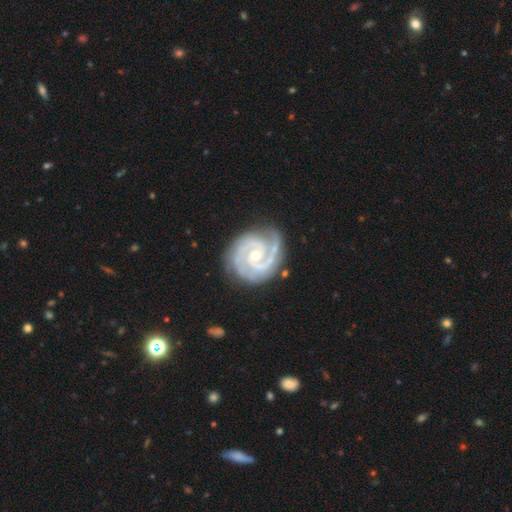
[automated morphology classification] Smooth or featured? Predicted: featured or disk (p=0.94). Edge-on disk? Predicted: no (p=0.98). Bar? Predicted: no (p=0.56). Spiral arms? Predicted: yes (p=0.99). Spiral winding? Predicted: tight (p=0.66). Spiral arm count? Predicted: 2 (p=0.71). Bulge size? Predicted: small (p=0.53). Merging? Predicted: none (p=0.80).